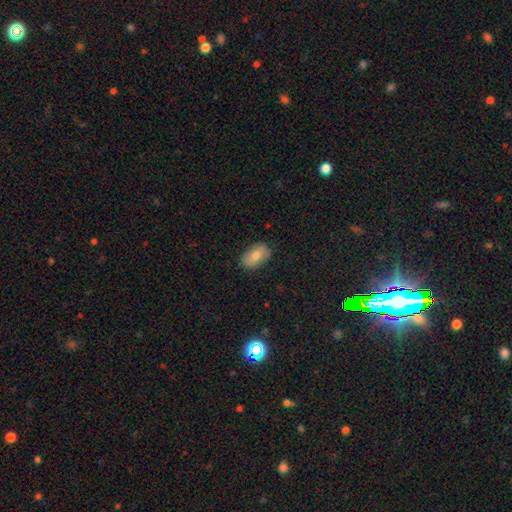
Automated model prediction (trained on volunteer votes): A smooth galaxy with no disk features (74%) that is in between round and cigar-shaped (91%).

Vote fractions:
- Smooth or featured? smooth: 74% / featured or disk: 19% / star or artifact: 7%
- How rounded? in between: 91% / round: 8% / cigar-shaped: 2%
- Merging? none: 82% / minor disturbance: 14% / major disturbance: 3% / merger: 1%